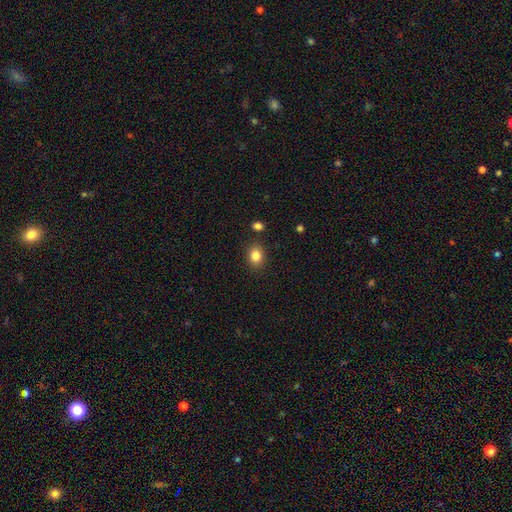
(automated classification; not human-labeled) Smooth or featured?
  - smooth: 84% *
  - star or artifact: 10%
  - featured or disk: 6%
How rounded?
  - in between: 54% *
  - round: 45%
  - cigar-shaped: 1%
Merging?
  - none: 86% *
  - minor disturbance: 9%
  - merger: 3%
  - major disturbance: 2%